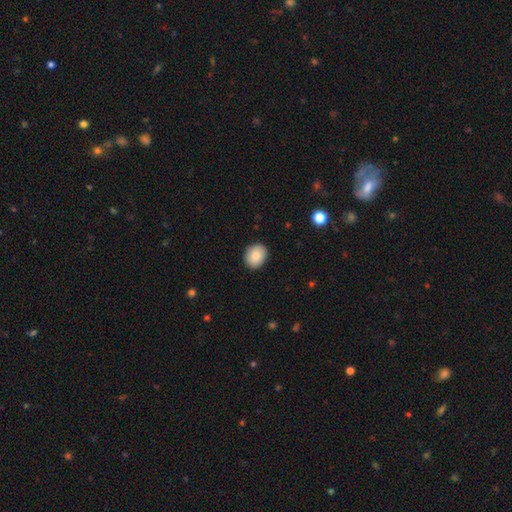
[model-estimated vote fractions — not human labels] Morphology: type=smooth (85%); roundness=round (50%); merging=none (89%).